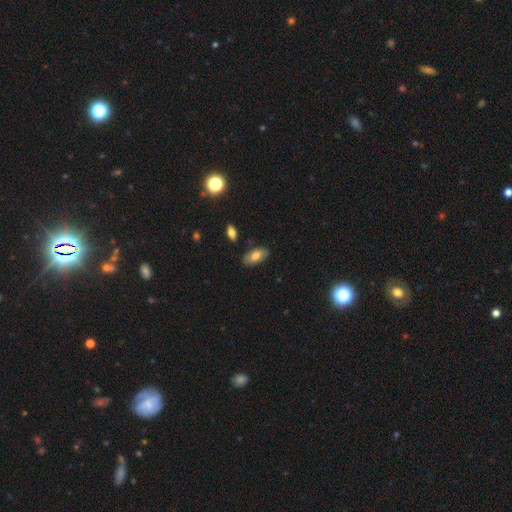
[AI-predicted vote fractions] Overall: smooth (73%). How rounded: in between (93%). Merging: none (83%).